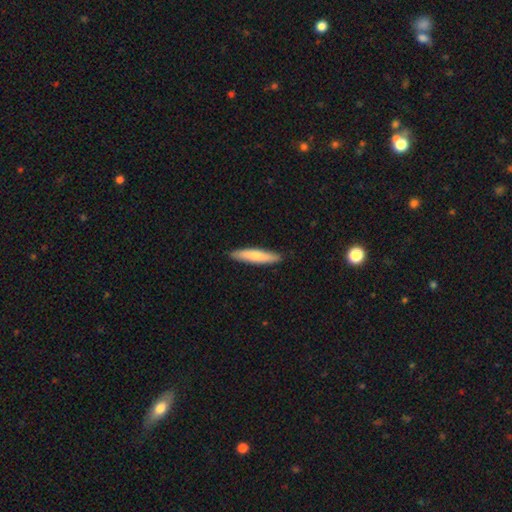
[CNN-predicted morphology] Smooth or featured: smooth — 73% (featured or disk — 22%)
How rounded: cigar-shaped — 85% (in between — 13%)
Merging: none — 90% (minor disturbance — 8%)